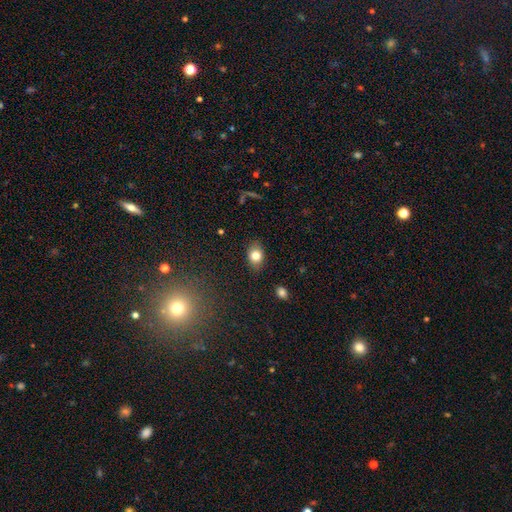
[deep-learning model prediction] Smooth or featured?
  - smooth: 80% *
  - featured or disk: 11%
  - star or artifact: 9%
How rounded?
  - in between: 72% *
  - round: 27%
  - cigar-shaped: 1%
Merging?
  - none: 86% *
  - minor disturbance: 11%
  - major disturbance: 2%
  - merger: 1%